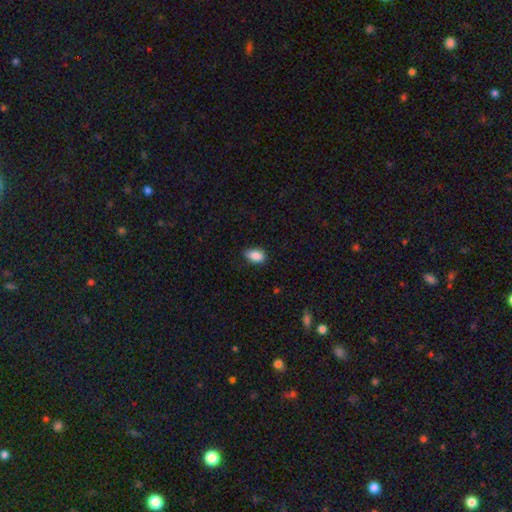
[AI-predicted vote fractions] Smooth or featured? smooth (87%)
How rounded? in between (87%)
Merging? none (71%)